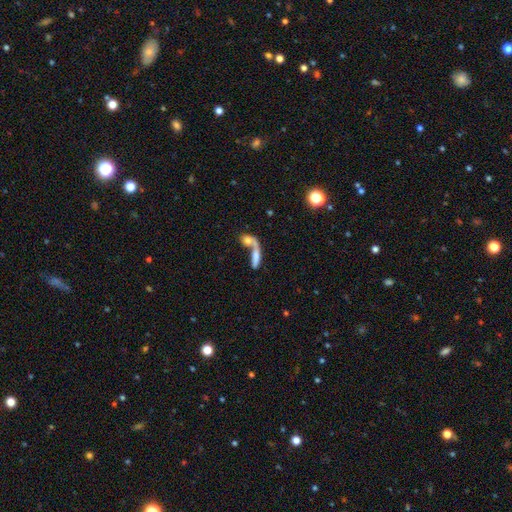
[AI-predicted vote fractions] The model was most divided on "how rounded": cigar-shaped: 52%, in between: 41%, round: 8%. More confident: merging — merger (63%); smooth or featured — smooth (63%).